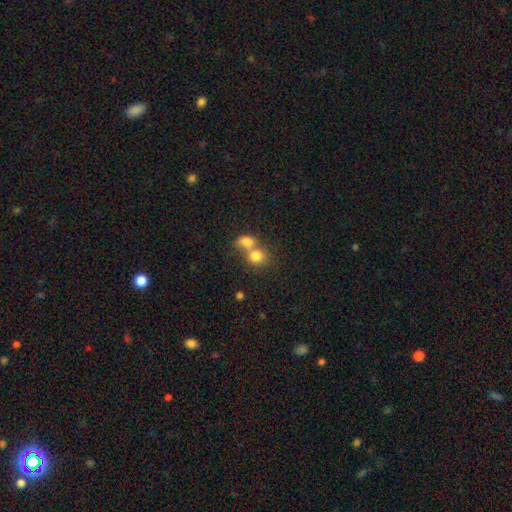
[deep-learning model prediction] Smooth or featured: smooth — 79% (featured or disk — 12%)
How rounded: round — 68% (in between — 31%)
Merging: merger — 65% (none — 26%)